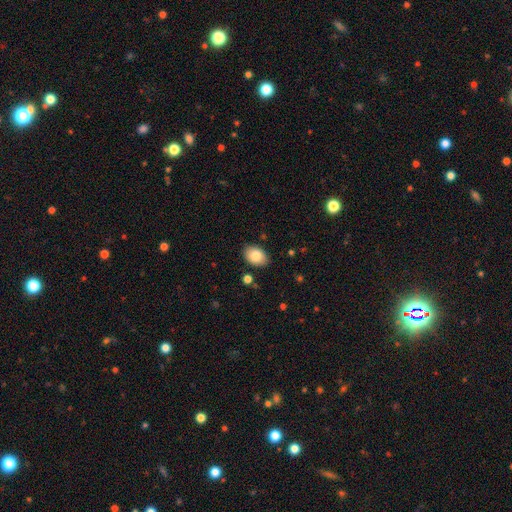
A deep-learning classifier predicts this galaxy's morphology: Smooth or featured? Predicted: smooth (p=0.84). How rounded? Predicted: in between (p=0.84). Merging? Predicted: none (p=0.86).